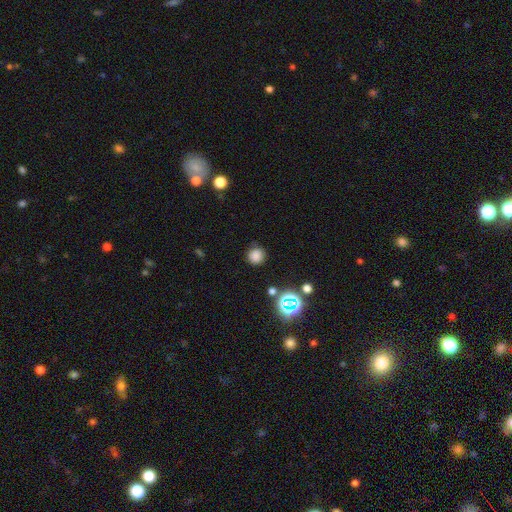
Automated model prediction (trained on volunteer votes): Smooth or featured? Predicted: smooth (p=0.76). How rounded? Predicted: round (p=0.92). Merging? Predicted: none (p=0.84).